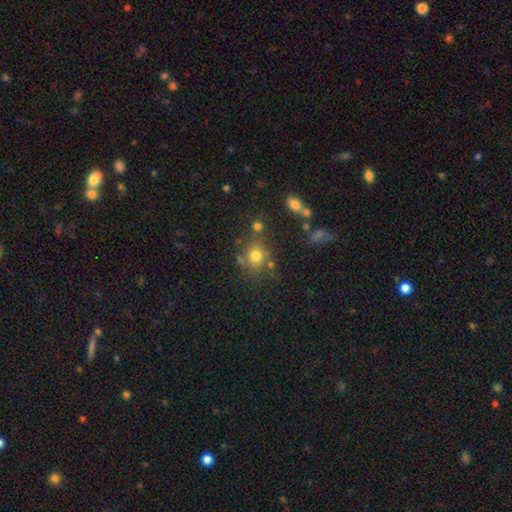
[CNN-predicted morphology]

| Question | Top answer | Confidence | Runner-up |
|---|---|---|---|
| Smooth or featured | smooth | 73% | star or artifact (16%) |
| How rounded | round | 75% | in between (24%) |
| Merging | none | 66% | minor disturbance (14%) |